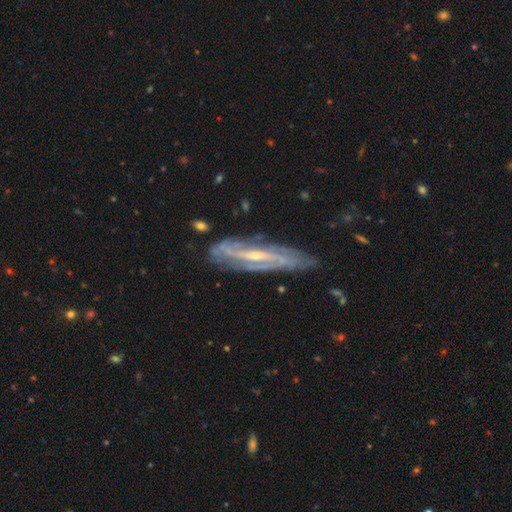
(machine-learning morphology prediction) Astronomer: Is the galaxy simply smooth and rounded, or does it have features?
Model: featured or disk — 83%.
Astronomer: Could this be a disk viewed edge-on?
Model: no — 67%.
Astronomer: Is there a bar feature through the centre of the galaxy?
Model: weak — 38% (runner-up: strong, 37%).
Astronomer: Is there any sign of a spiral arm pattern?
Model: yes — 91%.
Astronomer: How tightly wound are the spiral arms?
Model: medium — 40% (runner-up: tight, 39%).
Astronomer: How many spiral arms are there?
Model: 2 — 57%.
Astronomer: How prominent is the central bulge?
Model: small — 66%.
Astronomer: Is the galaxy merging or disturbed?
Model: none — 73%.